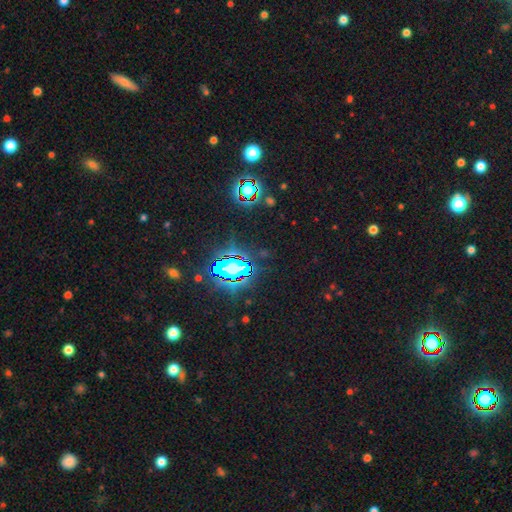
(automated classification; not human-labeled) star or artifact 84%, smooth 9%, featured or disk 7%.